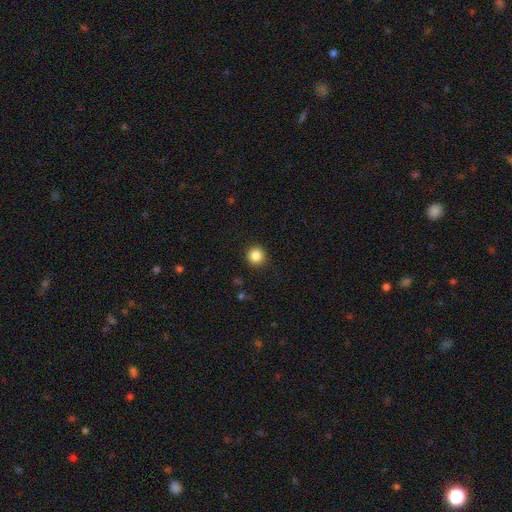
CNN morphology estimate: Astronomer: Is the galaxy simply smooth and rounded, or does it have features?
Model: smooth — 85%.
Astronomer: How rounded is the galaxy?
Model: round — 95%.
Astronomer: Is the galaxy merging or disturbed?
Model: none — 92%.